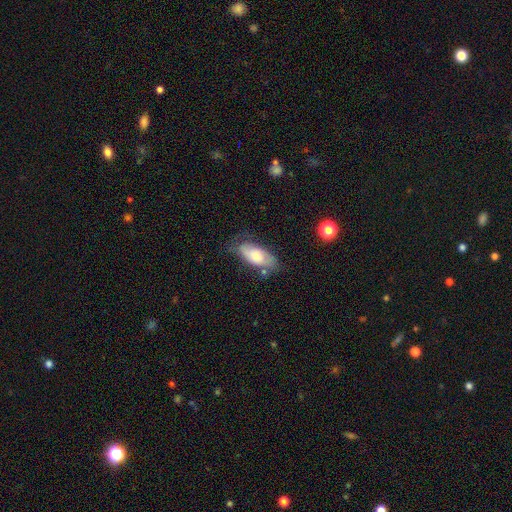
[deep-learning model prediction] Q: Smooth or featured?
A: smooth (61%); runner-up: featured or disk (32%)
Q: How rounded?
A: in between (86%); runner-up: cigar-shaped (11%)
Q: Merging?
A: none (58%); runner-up: minor disturbance (28%)